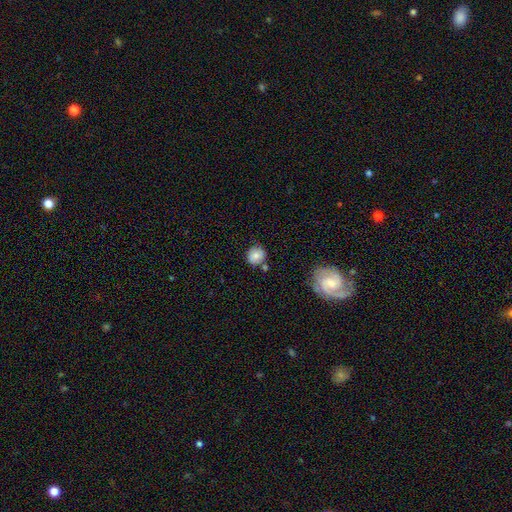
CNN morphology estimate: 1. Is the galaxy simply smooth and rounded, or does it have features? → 68% smooth, 22% featured or disk, 9% star or artifact.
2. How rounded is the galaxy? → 85% round, 14% in between, 1% cigar-shaped.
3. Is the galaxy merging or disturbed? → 70% none, 17% minor disturbance, 8% merger, 4% major disturbance.